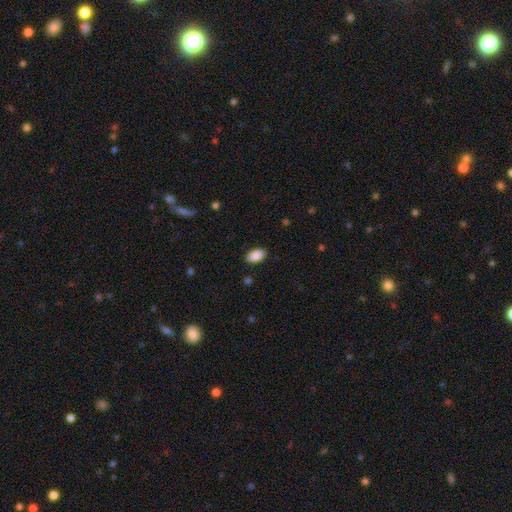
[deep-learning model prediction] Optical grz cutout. It shows a smooth galaxy with no disk features (89%) that is in between round and cigar-shaped (93%). Merging: none (88%).